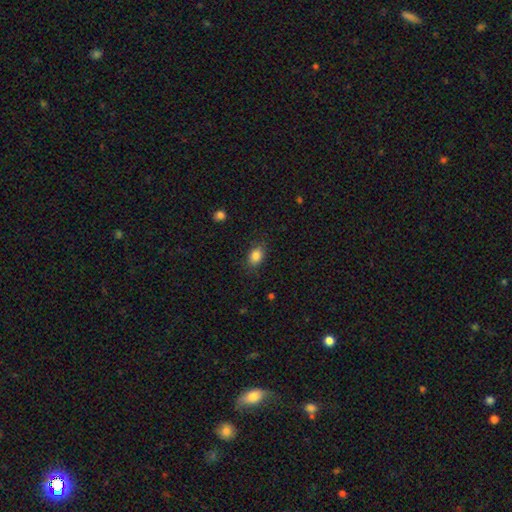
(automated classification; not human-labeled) The model was most divided on "how rounded": in between: 79%, round: 20%, cigar-shaped: 1%. More confident: smooth or featured — smooth (85%); merging — none (83%).